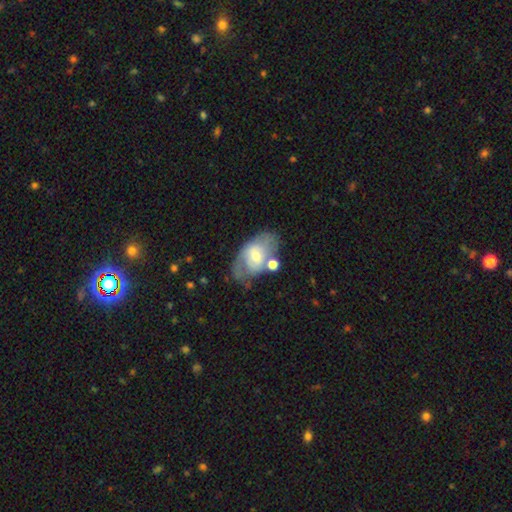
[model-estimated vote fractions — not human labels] Smooth or featured: featured or disk — 58% (smooth — 35%)
Edge-on disk: no — 94% (yes — 6%)
Bar: no — 56% (weak — 35%)
Spiral arms: yes — 68% (no — 32%)
Bulge size: moderate — 50% (small — 43%)
Merging: none — 47% (minor disturbance — 24%)